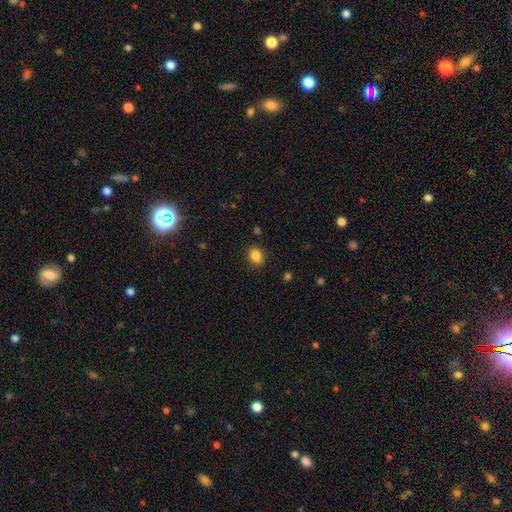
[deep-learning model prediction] This is clearly a smooth galaxy (85%). How rounded: possibly round (50%). Merging: clearly none (87%).